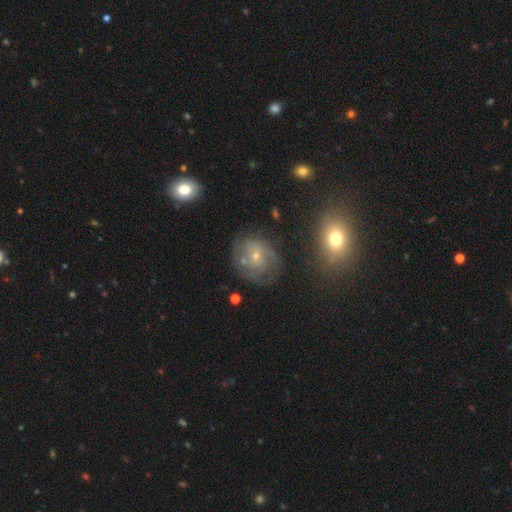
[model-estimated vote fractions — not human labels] Q: Smooth or featured?
A: featured or disk (70%); runner-up: smooth (18%)
Q: Edge-on disk?
A: no (97%); runner-up: yes (3%)
Q: Bar?
A: no (64%); runner-up: weak (30%)
Q: Spiral arms?
A: yes (86%); runner-up: no (14%)
Q: Spiral winding?
A: tight (55%); runner-up: medium (34%)
Q: Spiral arm count?
A: can't tell (38%); runner-up: 2 (31%)
Q: Bulge size?
A: small (74%); runner-up: moderate (22%)
Q: Merging?
A: none (69%); runner-up: minor disturbance (18%)